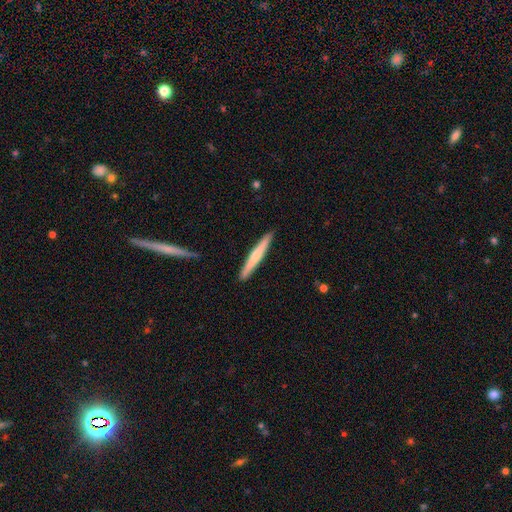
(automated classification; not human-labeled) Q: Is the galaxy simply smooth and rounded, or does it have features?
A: smooth — 56%.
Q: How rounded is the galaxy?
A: cigar-shaped — 96%.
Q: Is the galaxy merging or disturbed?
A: none — 89%.